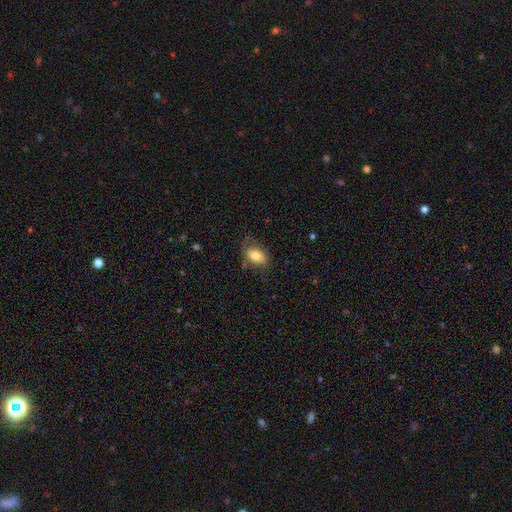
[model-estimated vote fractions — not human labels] Overall: smooth (70%). How rounded: in between (87%). Merging: none (57%; minor disturbance 26%).